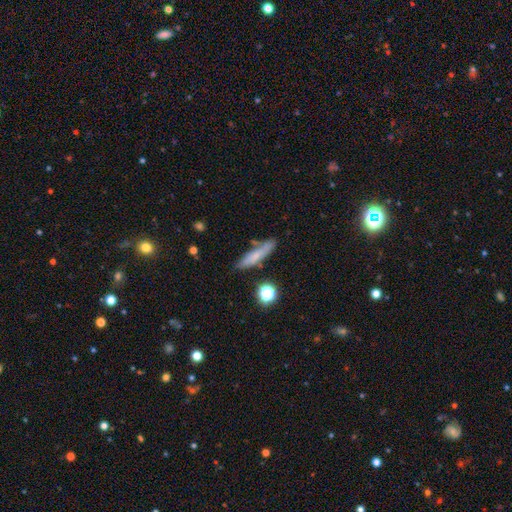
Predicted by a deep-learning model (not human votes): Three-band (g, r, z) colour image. It shows a smooth galaxy with no disk features (66%) that is cigar-shaped (78%). Merging: none (68%).